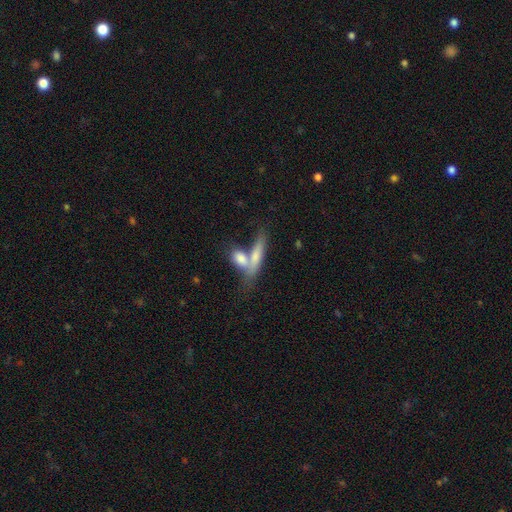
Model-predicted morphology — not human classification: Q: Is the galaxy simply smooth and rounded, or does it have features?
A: smooth — 71%.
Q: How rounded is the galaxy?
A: cigar-shaped — 52%.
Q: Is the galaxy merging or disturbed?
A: merger — 54%.